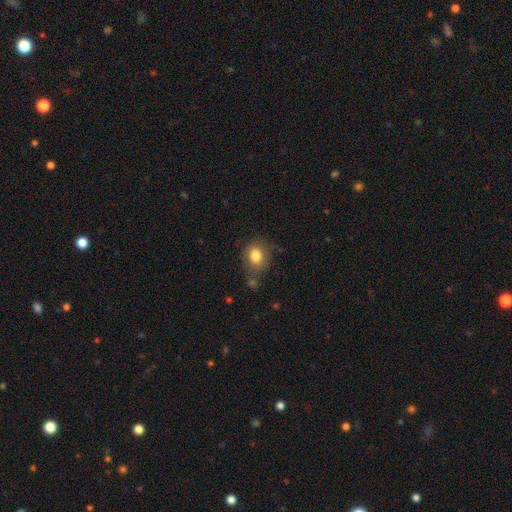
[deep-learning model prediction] Smooth or featured?
  - smooth: 81% *
  - featured or disk: 10%
  - star or artifact: 9%
How rounded?
  - round: 56% *
  - in between: 43%
  - cigar-shaped: 1%
Merging?
  - none: 63% *
  - minor disturbance: 22%
  - major disturbance: 8%
  - merger: 7%